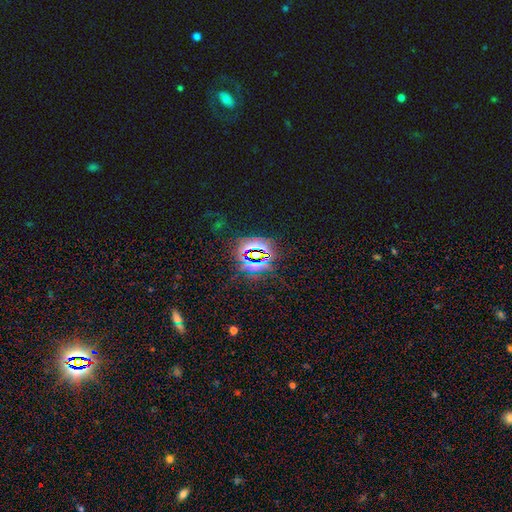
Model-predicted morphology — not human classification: Overall: star or artifact (77%).